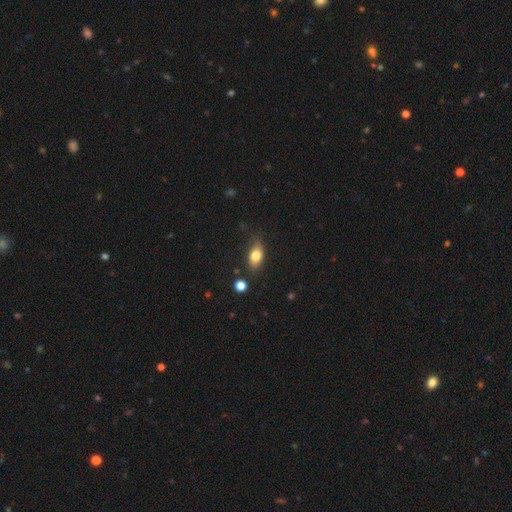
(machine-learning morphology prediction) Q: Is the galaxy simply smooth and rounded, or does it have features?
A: smooth — 79%.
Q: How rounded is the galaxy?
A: in between — 83%.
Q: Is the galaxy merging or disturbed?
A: none — 71%.